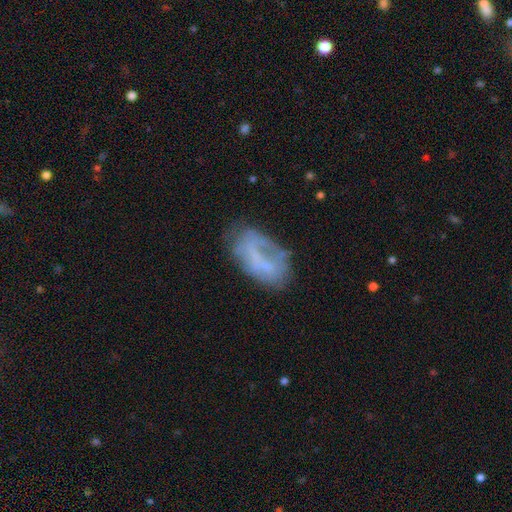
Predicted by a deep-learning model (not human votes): Smooth or featured: featured or disk — 45% (smooth — 43%)
Merging: none — 50% (minor disturbance — 27%)